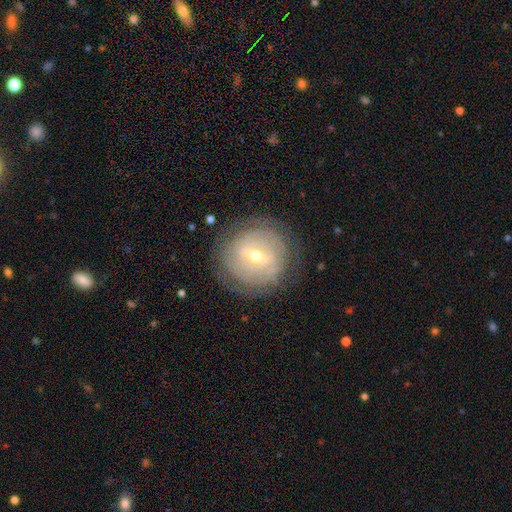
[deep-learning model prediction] Overall: featured or disk (80%). Edge-on disk: no (95%). Bar: weak (50%; strong 37%). Spiral arms: yes (83%). Spiral arm count: can't tell (53%; 2 19%). Spiral winding: tight (79%). Bulge size: small (49%; moderate 47%). Merging: none (82%).